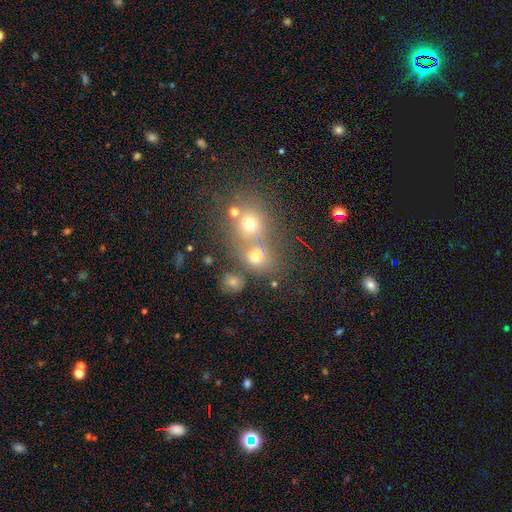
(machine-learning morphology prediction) smooth_or_featured: smooth (p=0.63) [alt: star or artifact p=0.23]
how_rounded: round (p=0.76) [alt: in between p=0.23]
merging: none (p=0.45) [alt: merger p=0.44]